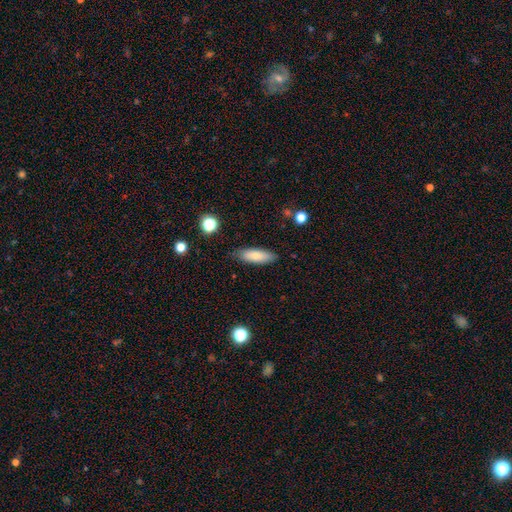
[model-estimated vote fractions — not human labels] smooth 80%, featured or disk 13%, star or artifact 7%. Down the decision tree: how rounded — in between (56%); merging — none (84%).